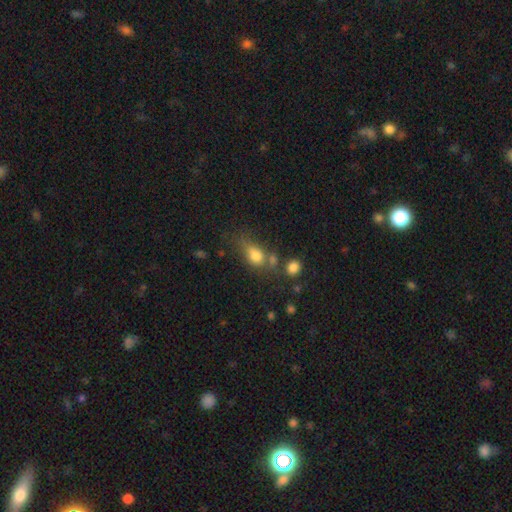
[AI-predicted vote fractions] Smooth or featured? smooth (76%)
How rounded? in between (62%)
Merging? none (38%)